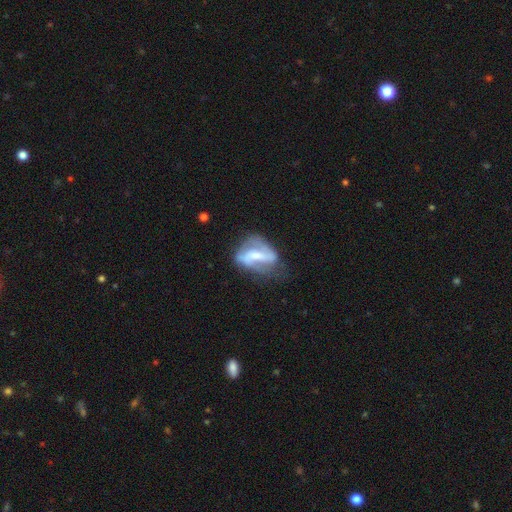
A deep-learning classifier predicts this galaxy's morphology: The model was most divided on "bar": weak: 39%, strong: 38%, no: 22%. Remaining: edge-on disk — no (96%); spiral arms — yes (80%); smooth or featured — featured or disk (72%); spiral arm count — 2 (72%); merging — none (43%); spiral winding — loose (42%); bulge size — moderate (41%).